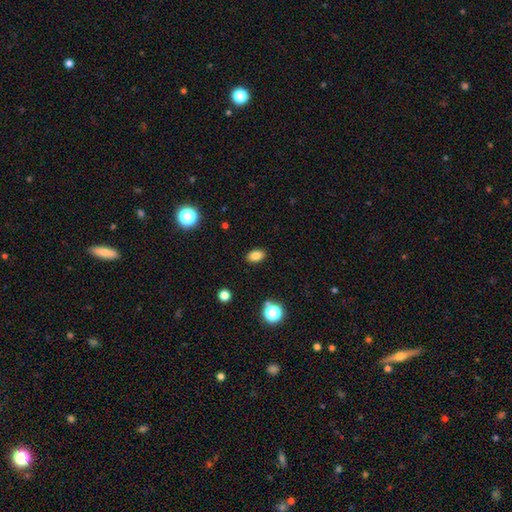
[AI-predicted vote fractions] A smooth galaxy with no disk features (83%) that is in between round and cigar-shaped (86%). Merging: none (89%).